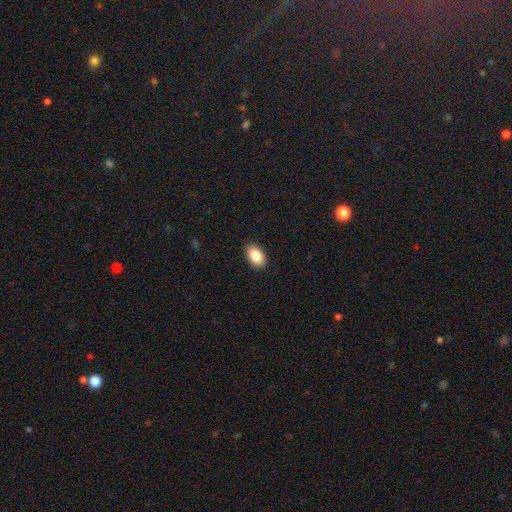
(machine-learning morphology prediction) Q: Smooth or featured?
A: smooth (87%); runner-up: star or artifact (7%)
Q: How rounded?
A: in between (93%); runner-up: round (6%)
Q: Merging?
A: none (90%); runner-up: minor disturbance (8%)